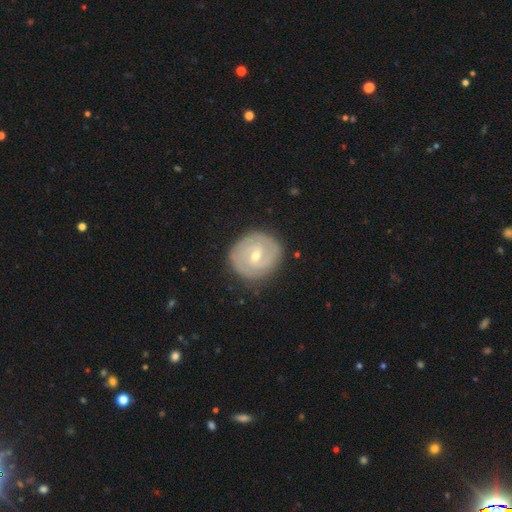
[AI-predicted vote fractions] smooth-or-featured: featured or disk: 78% | smooth: 16% | star or artifact: 6%
  disk-edge-on: no: 97% | yes: 3%
    bar: weak: 50% | no: 36% | strong: 14%
    has-spiral-arms: yes: 89% | no: 11%
      spiral-winding: tight: 73% | medium: 22% | loose: 5%
      spiral-arm-count: 2: 61% | can't tell: 21% | 3: 9% | 1: 4% | 4: 3% | more than 4: 3%
    bulge-size: small: 50% | moderate: 47% | large: 1% | none: 1% | dominant: 1%
  merging: none: 84% | minor disturbance: 11% | major disturbance: 3% | merger: 1%